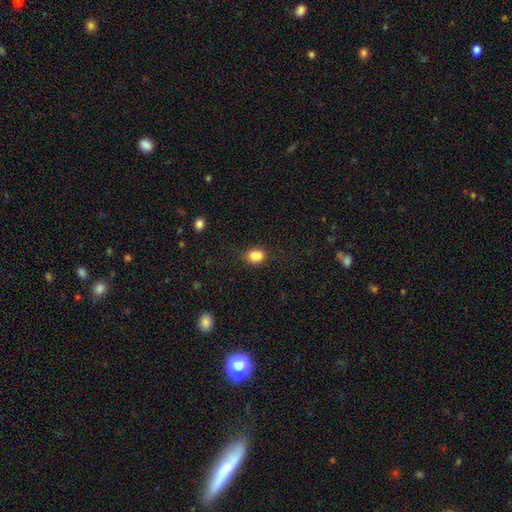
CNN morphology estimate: type=smooth (82%); roundness=round (53%); merging=none (56%).